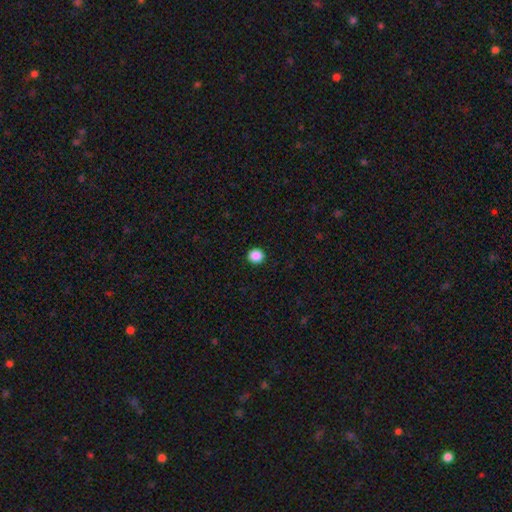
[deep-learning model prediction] Overall: smooth (88%). How rounded: round (92%). Merging: none (94%).